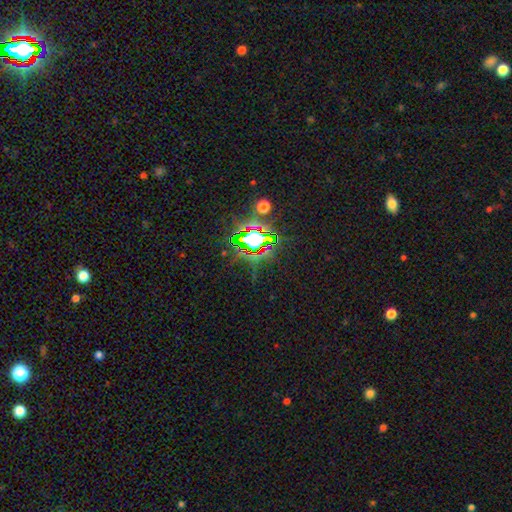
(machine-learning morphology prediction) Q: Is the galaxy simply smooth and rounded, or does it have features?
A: star or artifact — 80%.